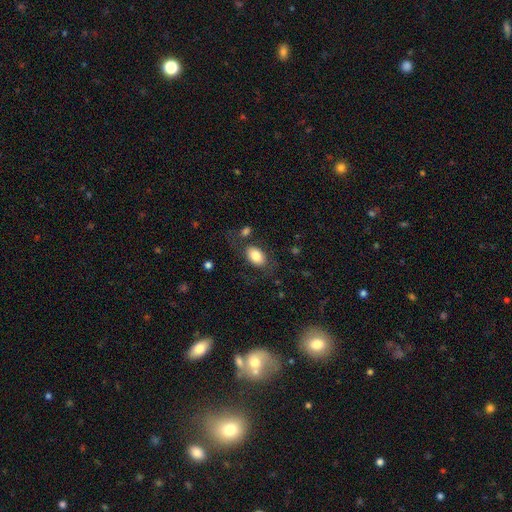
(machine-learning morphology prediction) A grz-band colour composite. It shows a smooth galaxy with no disk features (81%) that is in between round and cigar-shaped (90%). Merging: none (70%).